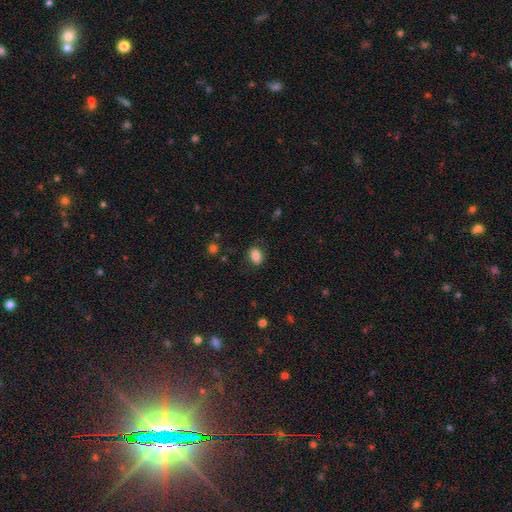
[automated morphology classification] smooth_or_featured: smooth (p=0.83) [alt: star or artifact p=0.09]
how_rounded: in between (p=0.74) [alt: round p=0.24]
merging: none (p=0.82) [alt: minor disturbance p=0.13]